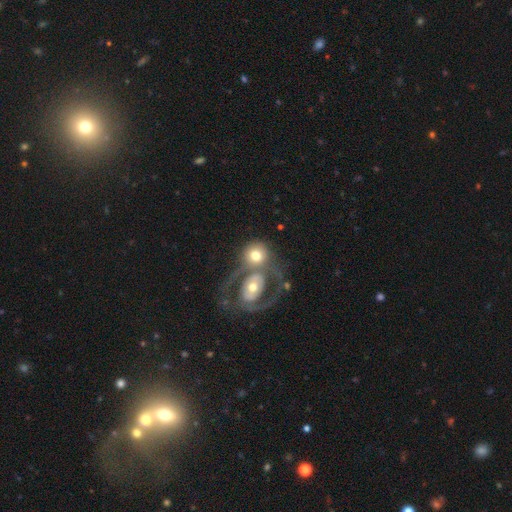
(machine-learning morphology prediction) This appears to be a smooth galaxy with no disk features (52%) that is round (76%). Merging: merger (48%).